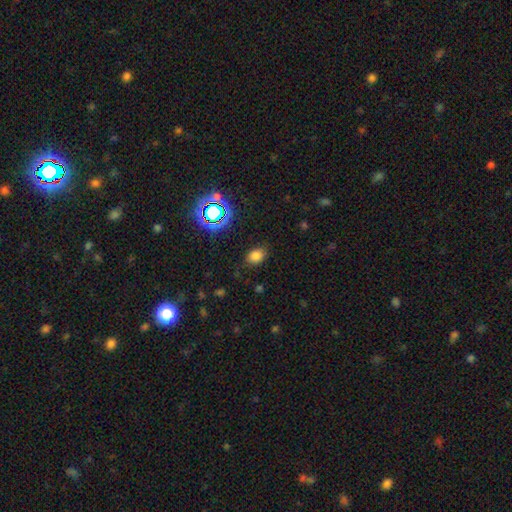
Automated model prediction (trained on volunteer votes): This is likely a smooth galaxy (74%). How rounded: likely in between (76%). Merging: likely none (80%).